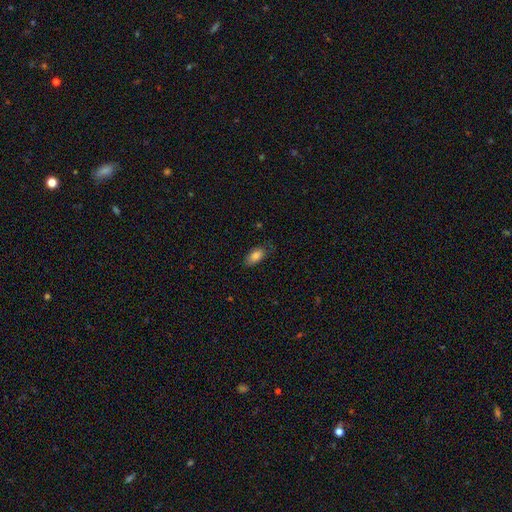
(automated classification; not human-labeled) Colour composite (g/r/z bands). It shows a smooth galaxy with no disk features (83%) that is in between round and cigar-shaped (91%). Merging: none (74%).